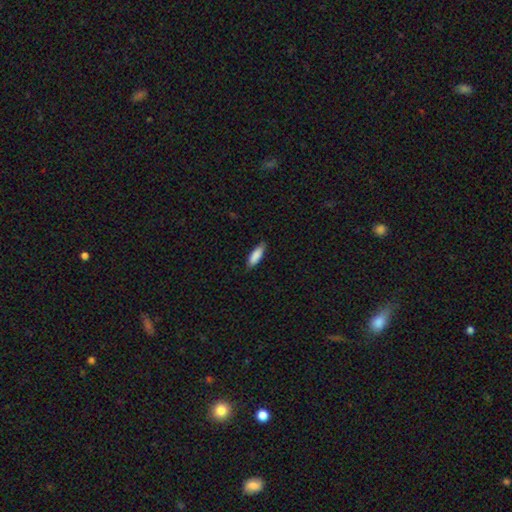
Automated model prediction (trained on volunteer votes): smooth-or-featured: smooth: 88% | featured or disk: 6% | star or artifact: 6%
  how-rounded: in between: 59% | cigar-shaped: 39% | round: 2%
  merging: none: 81% | minor disturbance: 16% | major disturbance: 2% | merger: 1%